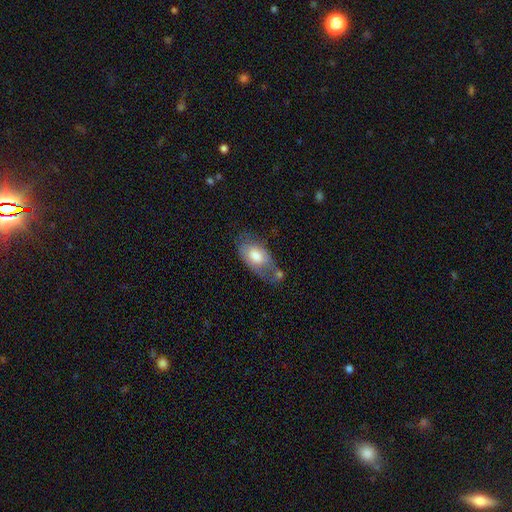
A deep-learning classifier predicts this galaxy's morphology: smooth 64%, featured or disk 30%, star or artifact 6%. Down the decision tree: how rounded — in between (92%); merging — none (39%).